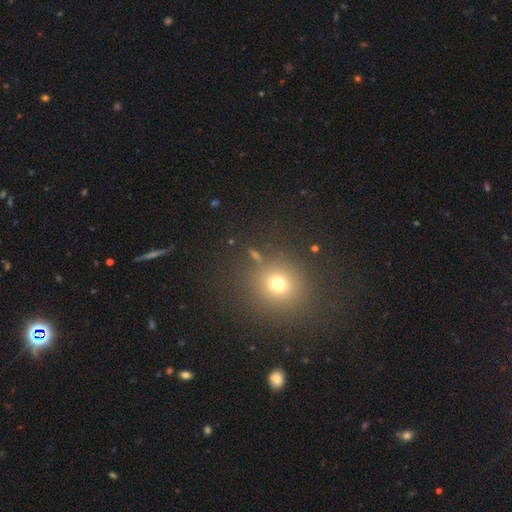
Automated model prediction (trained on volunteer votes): A smooth galaxy with no disk features (62%) that is round (86%).

Vote fractions:
- Smooth or featured? smooth: 62% / star or artifact: 29% / featured or disk: 9%
- How rounded? round: 86% / in between: 13% / cigar-shaped: 1%
- Merging? none: 84% / minor disturbance: 8% / merger: 4% / major disturbance: 4%